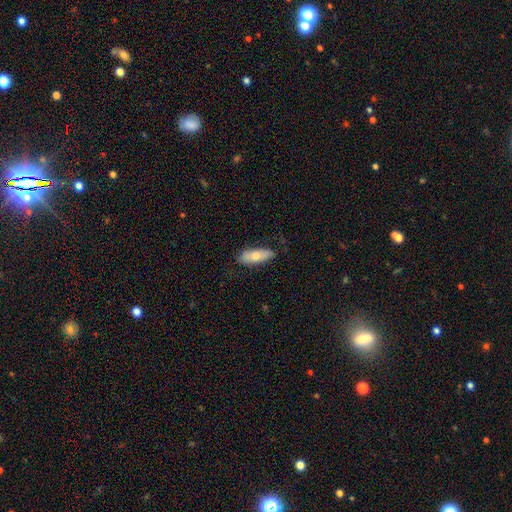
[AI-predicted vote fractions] Morphology: type=smooth (65%); roundness=in between (67%); merging=none (77%).